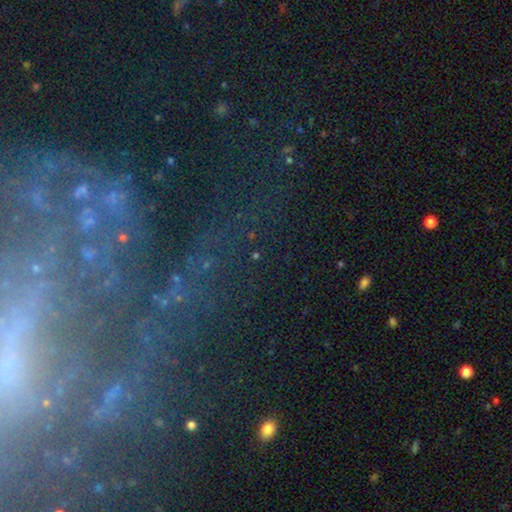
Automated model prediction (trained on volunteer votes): A star or artifact, not a galaxy (65%).

Vote fractions:
- Smooth or featured? star or artifact: 65% / smooth: 20% / featured or disk: 15%